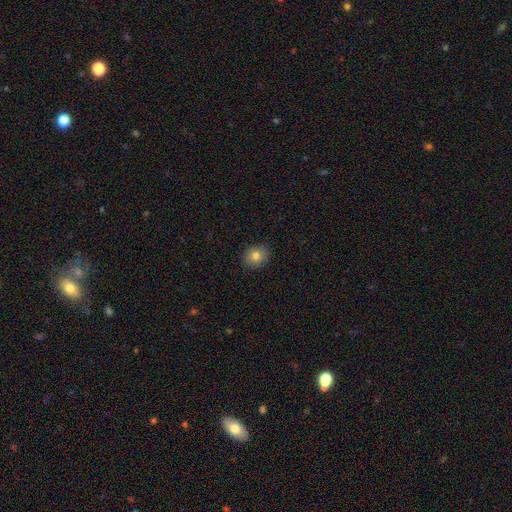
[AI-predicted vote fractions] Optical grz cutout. It shows a smooth galaxy with no disk features (79%) that is round (69%). Merging: none (89%).